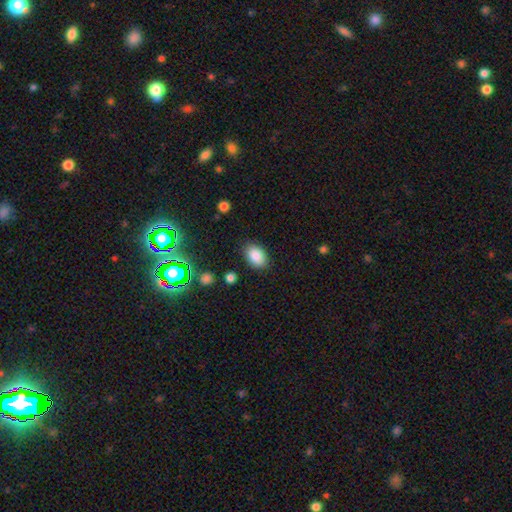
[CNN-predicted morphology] smooth-or-featured: smooth: 85% | star or artifact: 9% | featured or disk: 6%
  how-rounded: in between: 83% | round: 16% | cigar-shaped: 1%
  merging: none: 84% | minor disturbance: 11% | major disturbance: 3% | merger: 2%